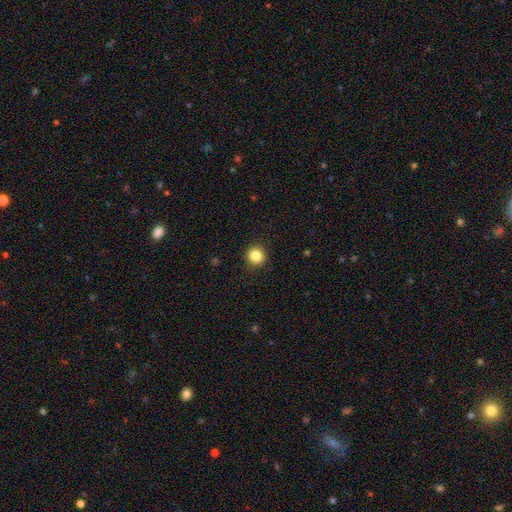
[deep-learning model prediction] smooth-or-featured: smooth: 84% | star or artifact: 11% | featured or disk: 5%
  how-rounded: round: 94% | in between: 5% | cigar-shaped: 1%
  merging: none: 92% | minor disturbance: 5% | major disturbance: 2% | merger: 1%